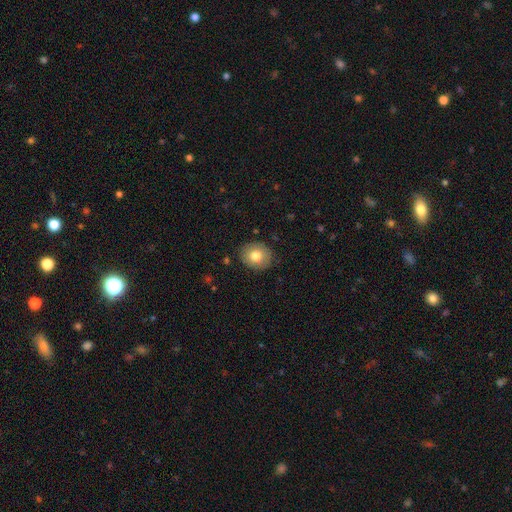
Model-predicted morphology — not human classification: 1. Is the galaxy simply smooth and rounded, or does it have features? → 77% smooth, 15% featured or disk, 8% star or artifact.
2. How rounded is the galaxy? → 71% round, 28% in between, 1% cigar-shaped.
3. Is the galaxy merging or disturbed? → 86% none, 10% minor disturbance, 3% major disturbance, 1% merger.